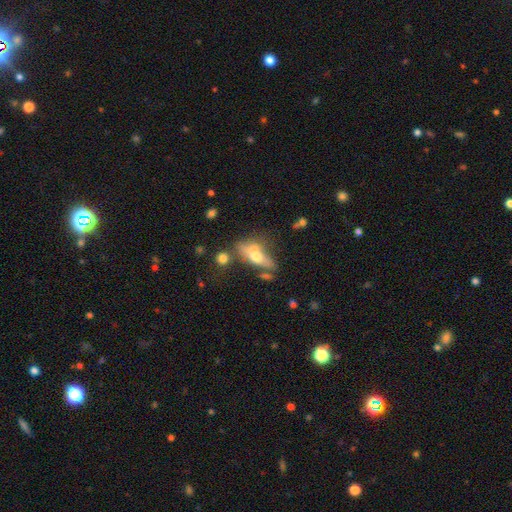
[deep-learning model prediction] Q: Smooth or featured?
A: smooth (50%); runner-up: featured or disk (42%)
Q: Merging?
A: none (44%); runner-up: merger (22%)